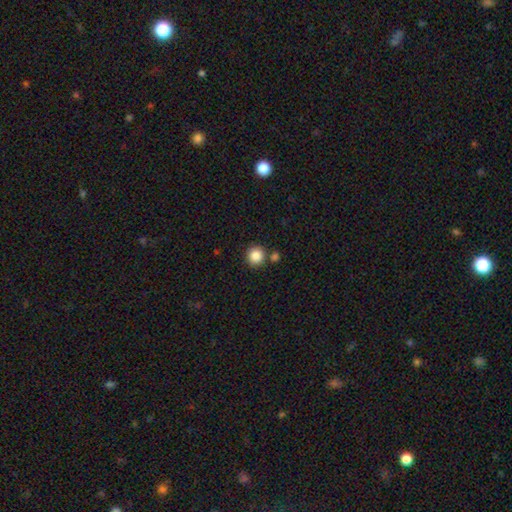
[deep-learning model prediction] smooth_or_featured: smooth (p=0.86) [alt: star or artifact p=0.10]
how_rounded: round (p=0.93) [alt: in between p=0.06]
merging: none (p=0.80) [alt: merger p=0.10]